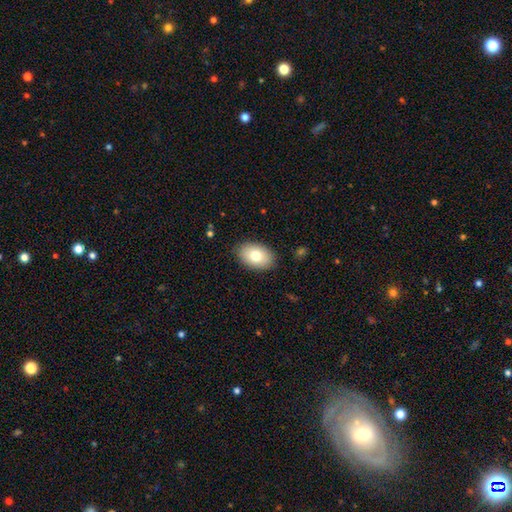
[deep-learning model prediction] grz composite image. It shows a smooth galaxy with no disk features (76%) that is in between round and cigar-shaped (87%). Merging: none (87%).